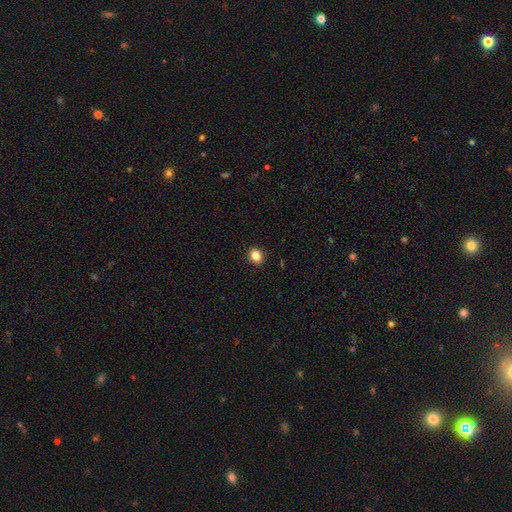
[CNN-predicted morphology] smooth-or-featured: smooth: 84% | star or artifact: 10% | featured or disk: 6%
  how-rounded: round: 49% (tied) | in between: 49% (tied) | cigar-shaped: 1%
  merging: none: 90% | minor disturbance: 7% | major disturbance: 2% | merger: 1%